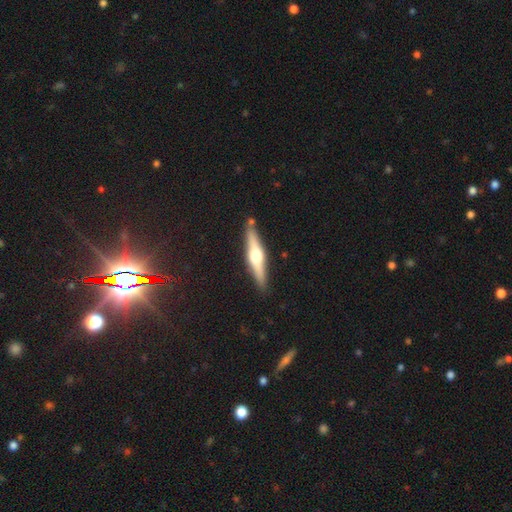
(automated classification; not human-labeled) This appears to be a featured or disk galaxy (64%) viewed edge-on (96%) with a rounded central bulge (93%). Merging: none (84%).